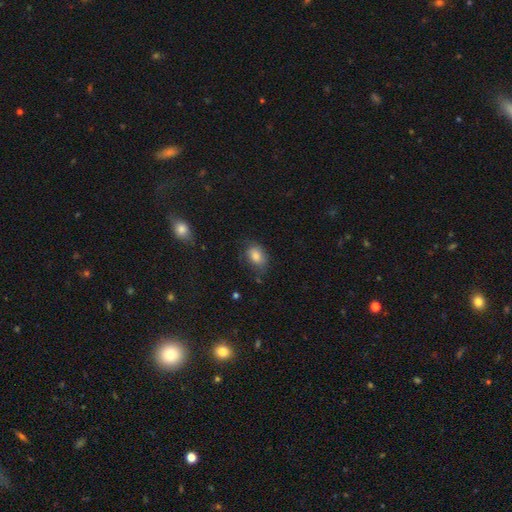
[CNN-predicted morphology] smooth 83%, featured or disk 9%, star or artifact 8%. Down the decision tree: how rounded — in between (78%); merging — none (66%).